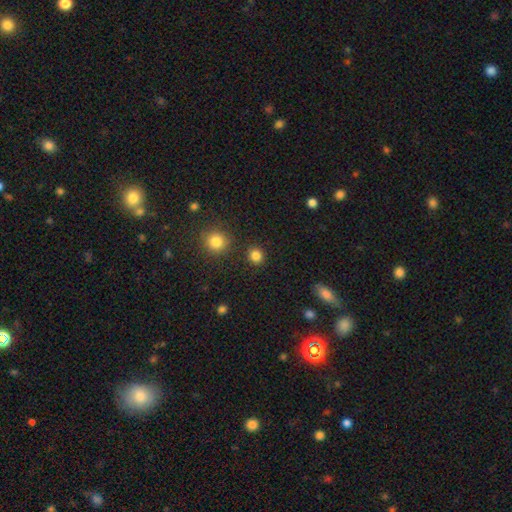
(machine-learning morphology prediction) type=smooth (84%); roundness=round (88%); merging=none (89%).